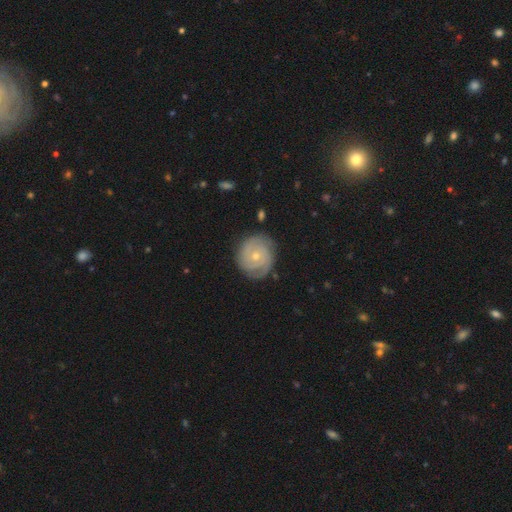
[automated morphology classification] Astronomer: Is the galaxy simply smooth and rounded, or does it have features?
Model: featured or disk — 79%.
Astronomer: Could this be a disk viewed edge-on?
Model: no — 98%.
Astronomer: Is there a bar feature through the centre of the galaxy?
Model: no — 78%.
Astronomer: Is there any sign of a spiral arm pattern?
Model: yes — 94%.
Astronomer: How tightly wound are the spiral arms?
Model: tight — 77%.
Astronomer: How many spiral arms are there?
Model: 2 — 39% (runner-up: can't tell, 23%).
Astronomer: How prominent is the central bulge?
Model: small — 65%.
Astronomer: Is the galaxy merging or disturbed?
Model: none — 81%.